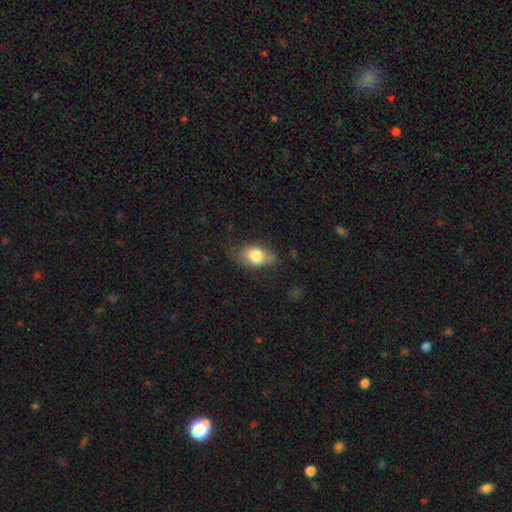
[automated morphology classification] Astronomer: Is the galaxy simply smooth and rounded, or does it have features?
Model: smooth — 77%.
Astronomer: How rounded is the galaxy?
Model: in between — 78%.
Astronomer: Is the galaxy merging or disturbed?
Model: none — 57%.